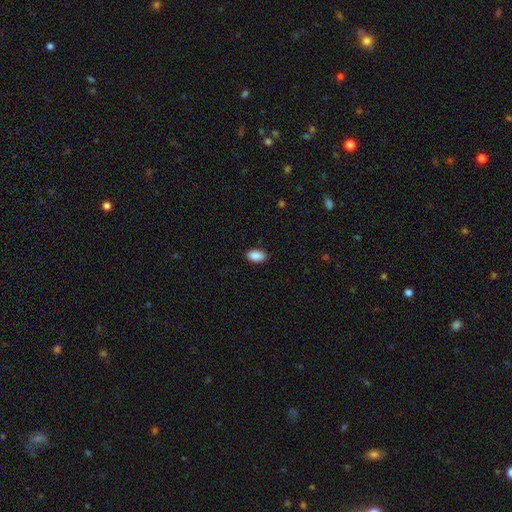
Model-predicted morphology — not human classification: Smooth or featured? smooth (90%)
How rounded? in between (93%)
Merging? none (87%)